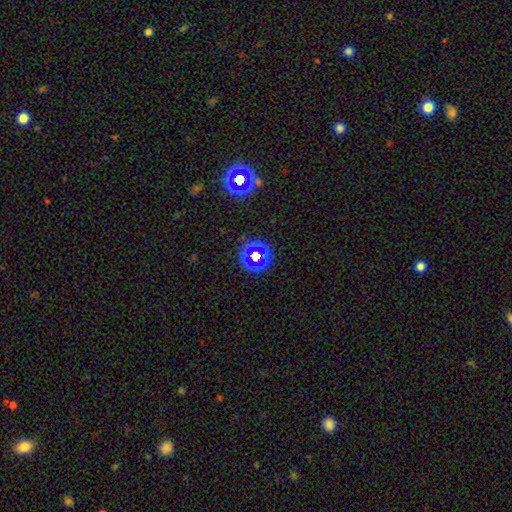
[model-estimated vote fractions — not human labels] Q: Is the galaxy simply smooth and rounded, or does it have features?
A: star or artifact — 50%.